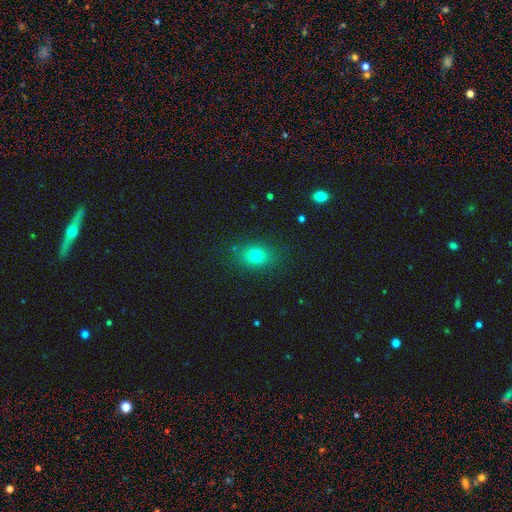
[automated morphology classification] Overall: smooth (76%). How rounded: in between (60%; round 38%). Merging: none (83%).